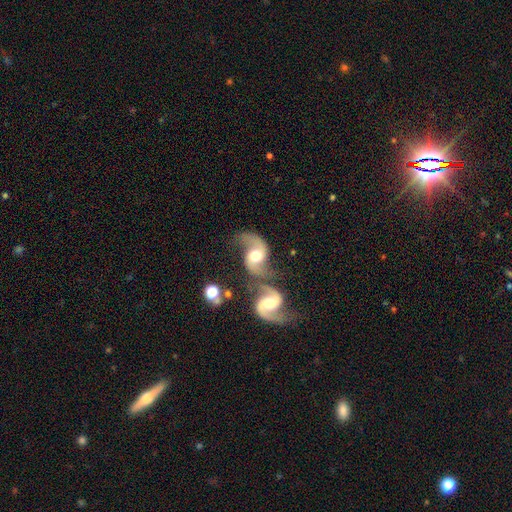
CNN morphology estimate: This appears to be a featured or disk galaxy (85%) with no bar (45%), 2 (91%) loose (53%) spiral arms (96%) and a moderate central bulge (68%). Merging: merger (51%).